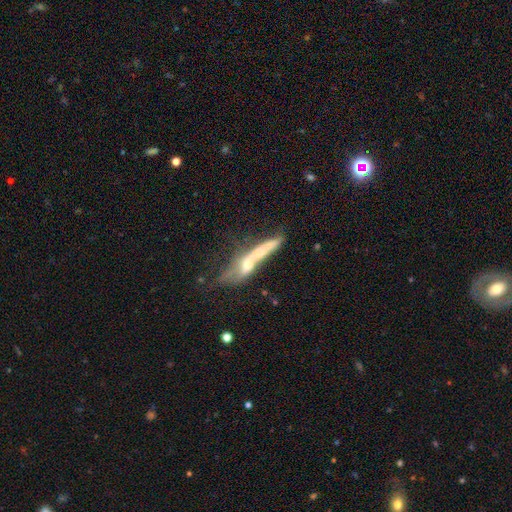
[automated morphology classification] type=featured or disk (60%); edge-on=yes (63%); merging=merger (51%).